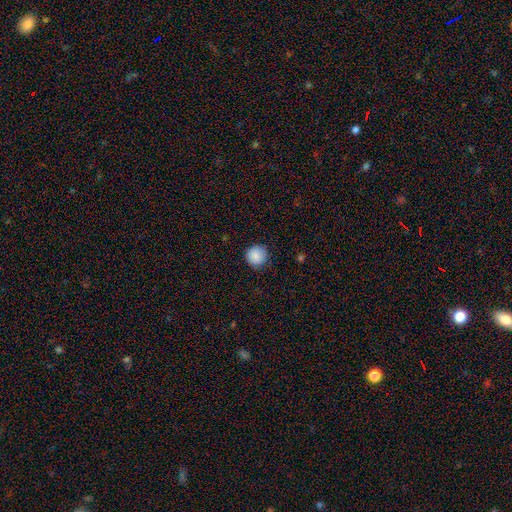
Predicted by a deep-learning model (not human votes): Smooth or featured? smooth (88%)
How rounded? round (95%)
Merging? none (88%)